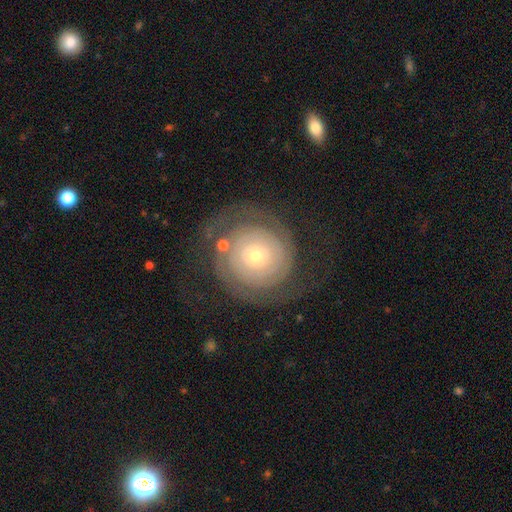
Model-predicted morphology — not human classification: type=featured or disk (79%); edge-on=no (97%); bar=no (84%); spiral arms=yes (91%); winding=tight (83%); arm count=2 (51%); bulge=small (69%); merging=none (73%).